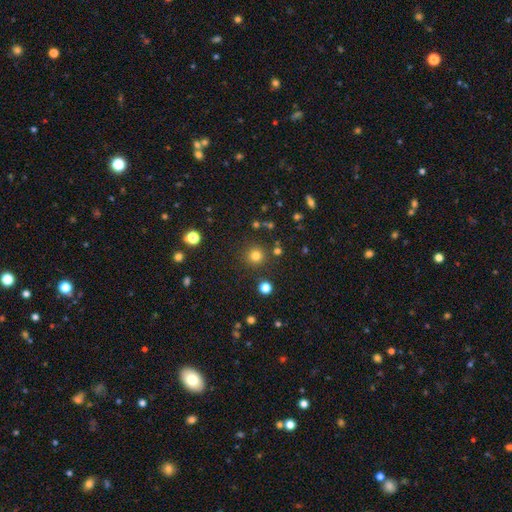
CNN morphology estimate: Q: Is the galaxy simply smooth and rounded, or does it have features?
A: smooth — 79%.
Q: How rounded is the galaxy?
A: round — 95%.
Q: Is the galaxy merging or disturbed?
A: none — 87%.